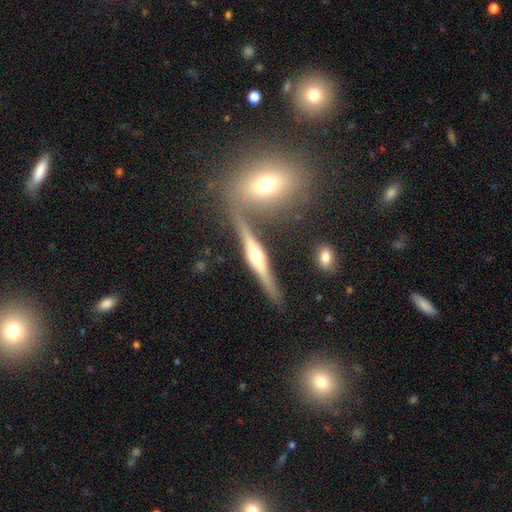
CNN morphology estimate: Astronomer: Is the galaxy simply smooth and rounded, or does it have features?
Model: featured or disk — 79%.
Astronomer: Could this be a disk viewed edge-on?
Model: yes — 95%.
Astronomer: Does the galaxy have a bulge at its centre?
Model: rounded — 90%.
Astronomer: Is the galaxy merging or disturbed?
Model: none — 72%.